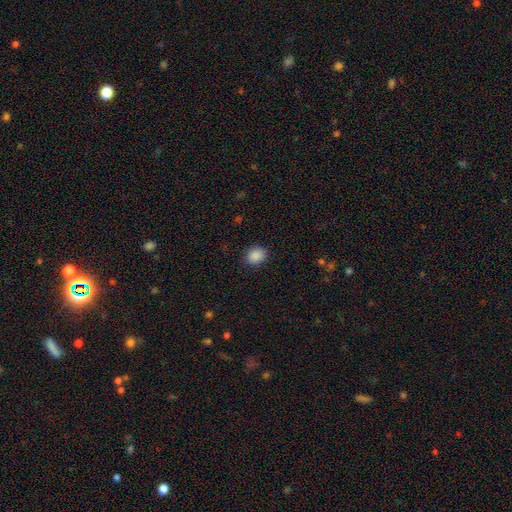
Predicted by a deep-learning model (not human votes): The model was most divided on "how rounded": round: 61%, in between: 38%, cigar-shaped: 1%. More confident: smooth or featured — smooth (88%); merging — none (87%).